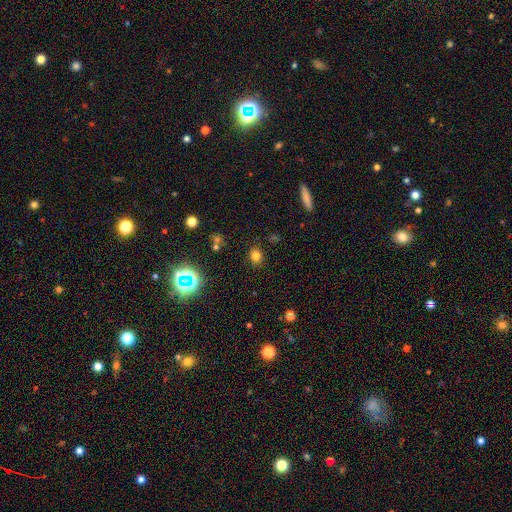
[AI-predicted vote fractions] A smooth galaxy with no disk features (76%) that is round (61%). Merging: none (86%).